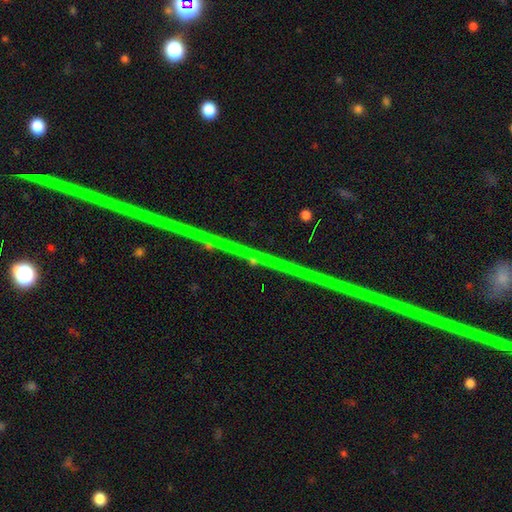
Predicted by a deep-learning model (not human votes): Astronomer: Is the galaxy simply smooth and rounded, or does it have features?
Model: star or artifact — 85%.